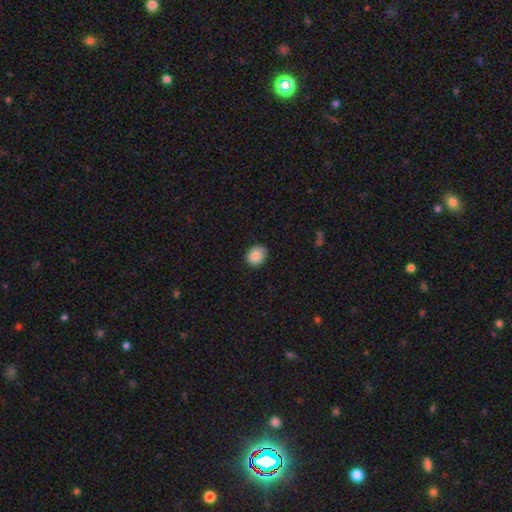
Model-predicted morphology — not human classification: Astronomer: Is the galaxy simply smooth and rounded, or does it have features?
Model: smooth — 86%.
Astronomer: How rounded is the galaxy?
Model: round — 62% (runner-up: in between, 38%).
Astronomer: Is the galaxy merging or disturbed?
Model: none — 86%.